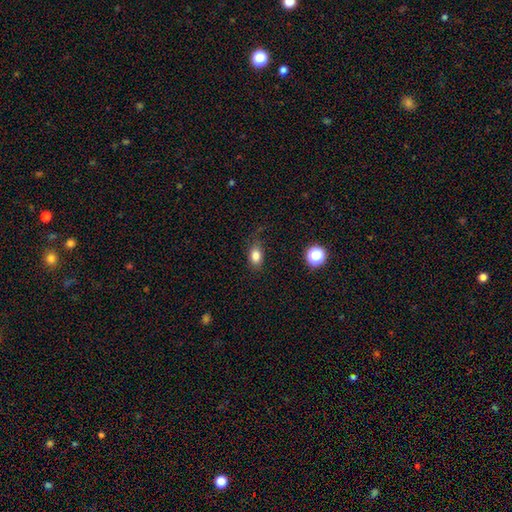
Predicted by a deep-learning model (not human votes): Smooth or featured?
  - smooth: 82% *
  - star or artifact: 11%
  - featured or disk: 7%
How rounded?
  - in between: 79% *
  - round: 19%
  - cigar-shaped: 2%
Merging?
  - none: 77% *
  - minor disturbance: 17%
  - major disturbance: 5%
  - merger: 1%